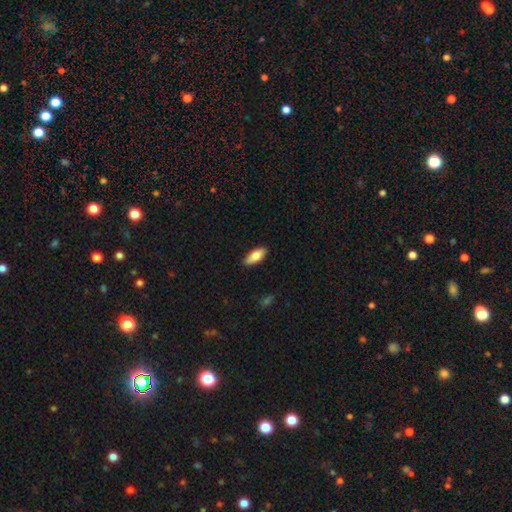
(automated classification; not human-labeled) Smooth or featured? Predicted: smooth (p=0.81). How rounded? Predicted: in between (p=0.82). Merging? Predicted: none (p=0.86).